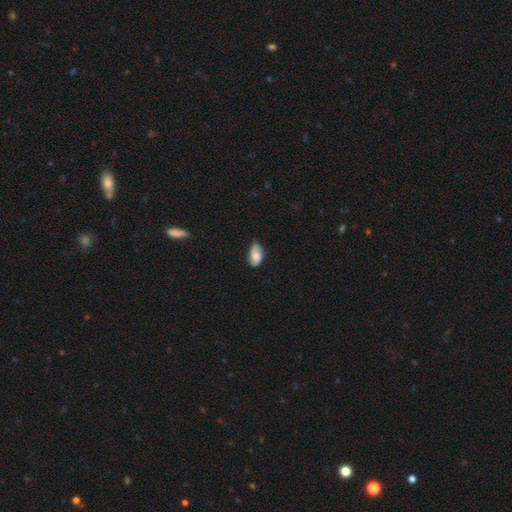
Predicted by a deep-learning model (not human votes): smooth-or-featured: smooth: 80% | featured or disk: 13% | star or artifact: 7%
  how-rounded: in between: 93% | round: 4% | cigar-shaped: 2%
  merging: none: 52% | minor disturbance: 39% | major disturbance: 6% | merger: 2%